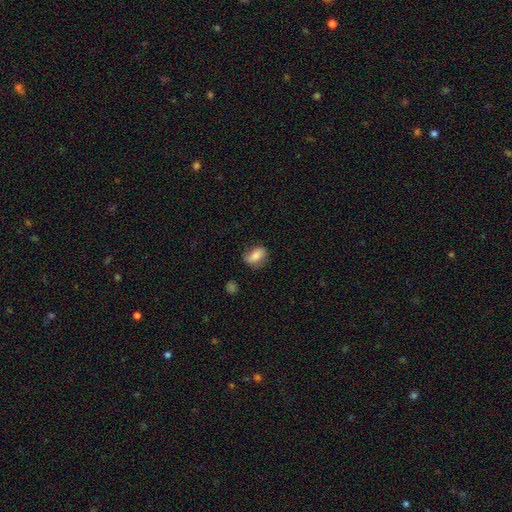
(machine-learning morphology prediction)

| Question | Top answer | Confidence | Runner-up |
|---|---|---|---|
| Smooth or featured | smooth | 74% | featured or disk (17%) |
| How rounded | in between | 78% | round (19%) |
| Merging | none | 67% | minor disturbance (24%) |